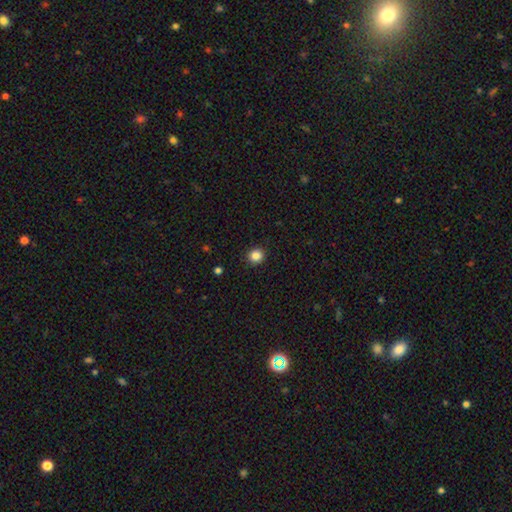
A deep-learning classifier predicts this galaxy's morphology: Smooth or featured?
  - smooth: 85% *
  - star or artifact: 11%
  - featured or disk: 4%
How rounded?
  - round: 91% *
  - in between: 8%
  - cigar-shaped: 1%
Merging?
  - none: 93% *
  - minor disturbance: 5%
  - major disturbance: 2%
  - merger: 1%